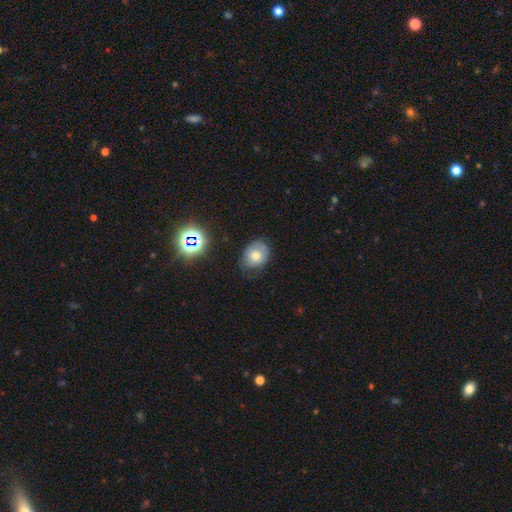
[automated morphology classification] A smooth galaxy with no disk features (67%) that is round (52%). Merging: none (61%).